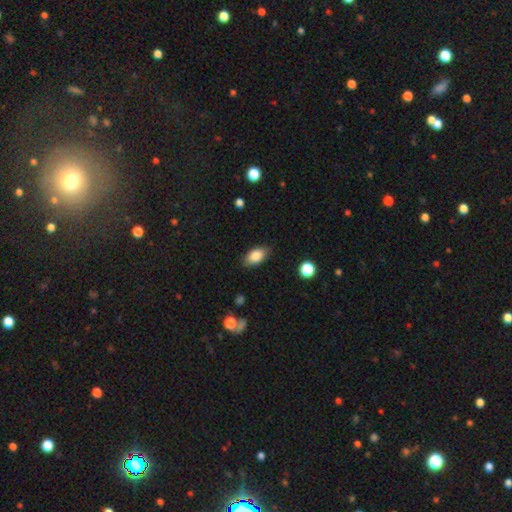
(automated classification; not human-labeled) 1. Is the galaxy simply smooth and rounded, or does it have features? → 84% smooth, 8% featured or disk, 8% star or artifact.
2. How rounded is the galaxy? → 90% in between, 6% round, 3% cigar-shaped.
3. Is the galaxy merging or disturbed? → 83% none, 13% minor disturbance, 3% major disturbance, 1% merger.